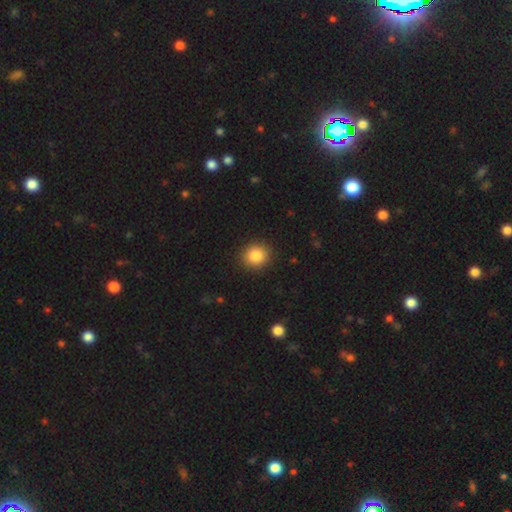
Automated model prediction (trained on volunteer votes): Q: Smooth or featured?
A: smooth (85%); runner-up: star or artifact (10%)
Q: How rounded?
A: round (83%); runner-up: in between (16%)
Q: Merging?
A: none (91%); runner-up: minor disturbance (6%)